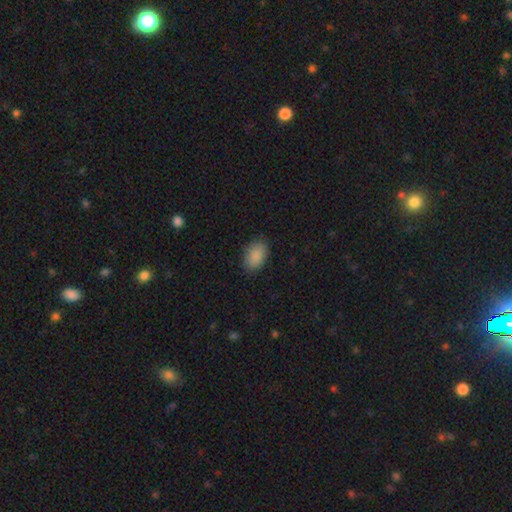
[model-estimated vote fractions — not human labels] Smooth or featured? smooth (89%)
How rounded? in between (89%)
Merging? none (85%)